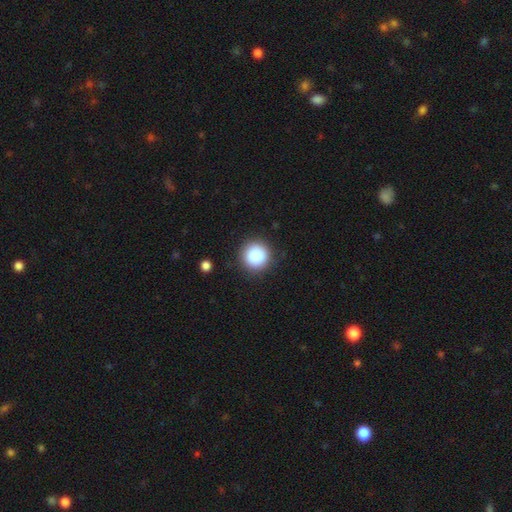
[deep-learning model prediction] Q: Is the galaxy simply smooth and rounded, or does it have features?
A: smooth — 88%.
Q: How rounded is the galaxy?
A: round — 95%.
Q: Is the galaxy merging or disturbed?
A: none — 89%.